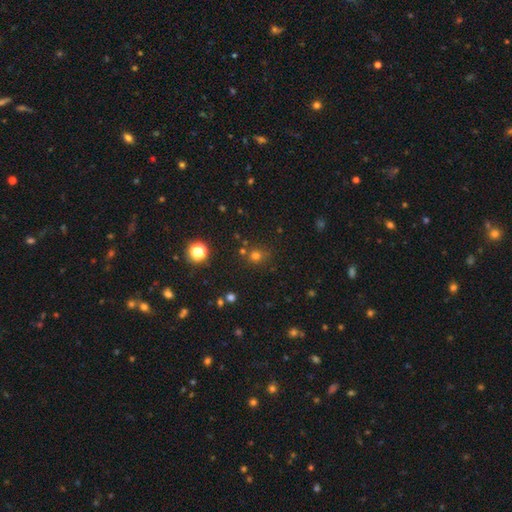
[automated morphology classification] This appears to be a smooth galaxy with no disk features (70%) that is round (88%). Merging: none (73%).